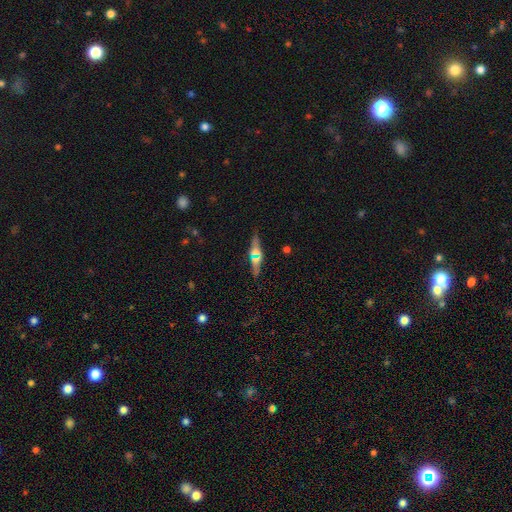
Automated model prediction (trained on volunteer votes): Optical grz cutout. It shows a featured or disk galaxy (44%). Merging: none (81%).